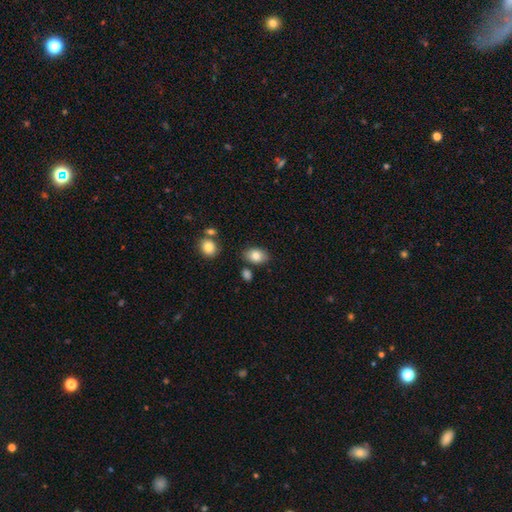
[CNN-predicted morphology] A smooth galaxy with no disk features (83%) that is in between round and cigar-shaped (81%). Merging: none (78%).